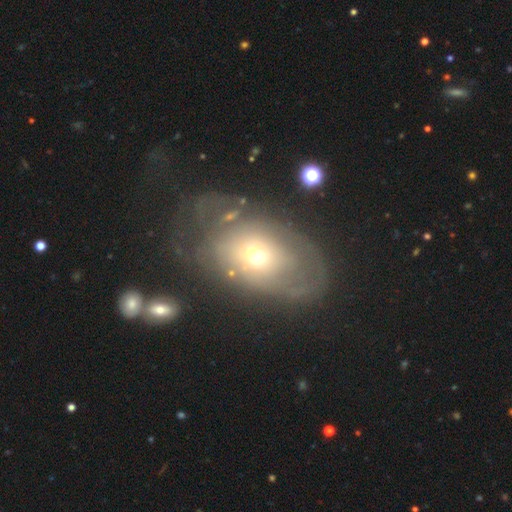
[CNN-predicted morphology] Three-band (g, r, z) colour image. It shows a featured or disk galaxy (48%). Merging: none (41%).